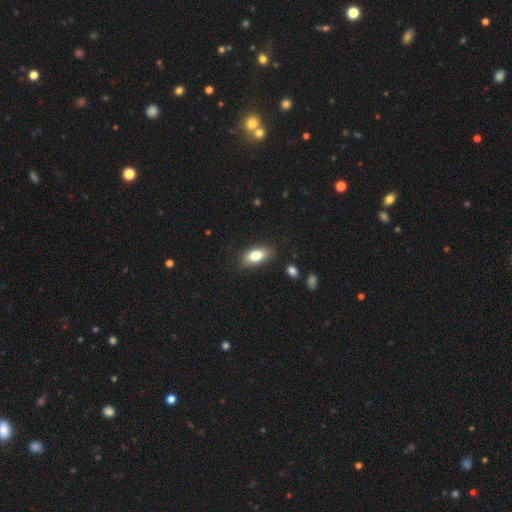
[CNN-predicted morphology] smooth 78%, featured or disk 15%, star or artifact 8%. Down the decision tree: how rounded — in between (87%); merging — none (84%).